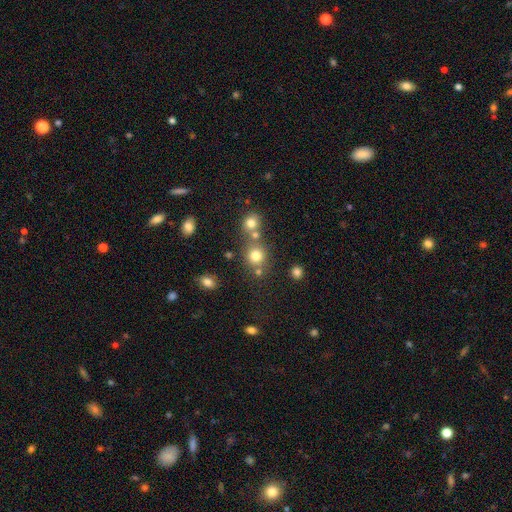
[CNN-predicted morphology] Smooth or featured? Predicted: smooth (p=0.76). How rounded? Predicted: round (p=0.87). Merging? Predicted: none (p=0.62).